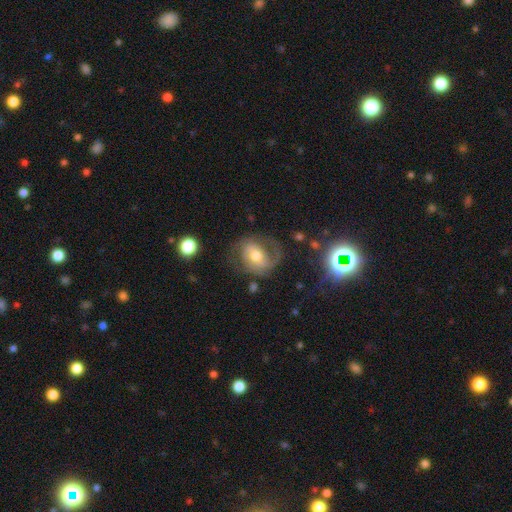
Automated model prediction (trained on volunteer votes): This appears to be a featured or disk galaxy (71%) with a weak bar (39%, tied with no), 2 (69%) medium (48%) spiral arms (88%) and a moderate central bulge (66%). Merging: none (56%).